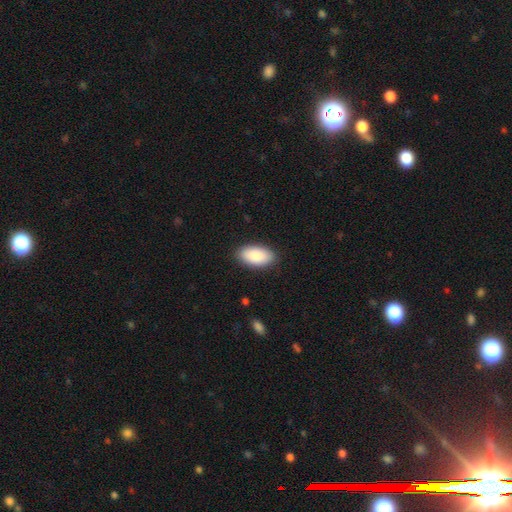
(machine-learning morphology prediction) This appears to be a smooth galaxy with no disk features (88%) that is in between round and cigar-shaped (95%). Merging: none (88%).